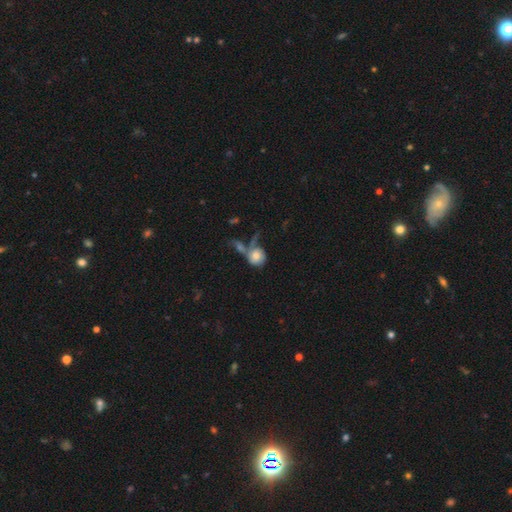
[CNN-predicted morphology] Smooth or featured: smooth — 64% (featured or disk — 28%)
How rounded: round — 71% (in between — 27%)
Merging: merger — 46% (none — 21%)